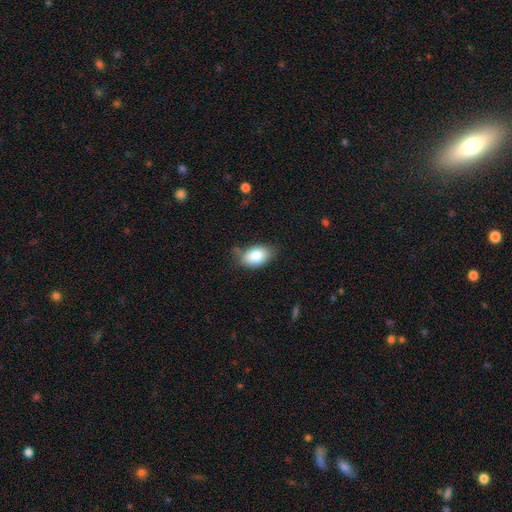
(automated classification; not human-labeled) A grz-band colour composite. It shows a smooth galaxy with no disk features (86%) that is in between round and cigar-shaped (91%). Merging: none (72%).